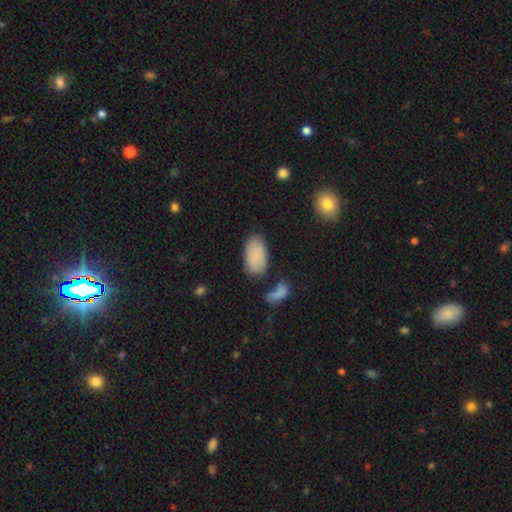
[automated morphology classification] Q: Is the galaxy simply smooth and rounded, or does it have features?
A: smooth — 84%.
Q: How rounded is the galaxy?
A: in between — 95%.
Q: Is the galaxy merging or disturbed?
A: none — 68%.